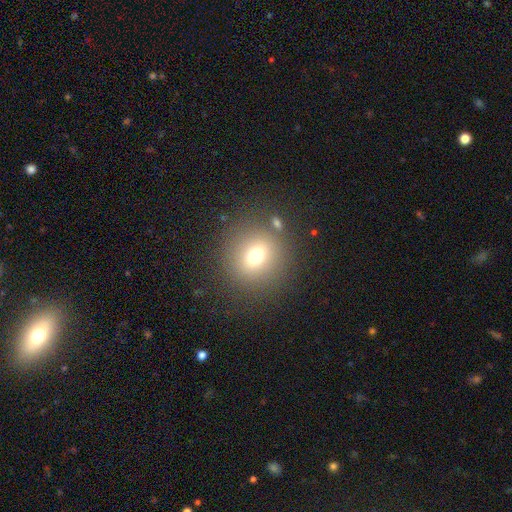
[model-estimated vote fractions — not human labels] Overall: smooth (70%). How rounded: round (85%). Merging: none (83%).